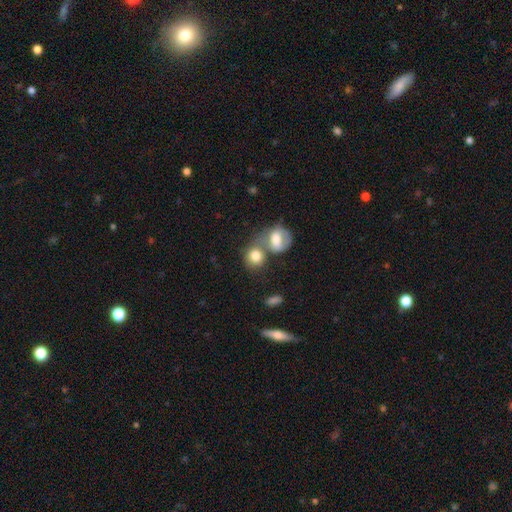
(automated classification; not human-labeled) Q: Smooth or featured?
A: smooth (77%); runner-up: featured or disk (14%)
Q: How rounded?
A: round (68%); runner-up: in between (31%)
Q: Merging?
A: merger (53%); runner-up: none (32%)